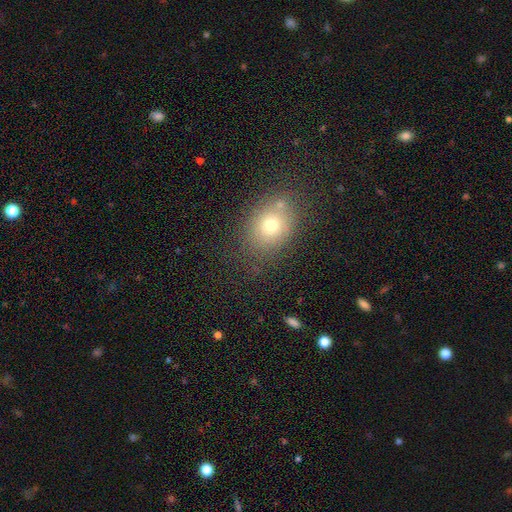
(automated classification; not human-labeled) Smooth or featured? Predicted: smooth (p=0.65). How rounded? Predicted: round (p=0.53). Merging? Predicted: none (p=0.81).